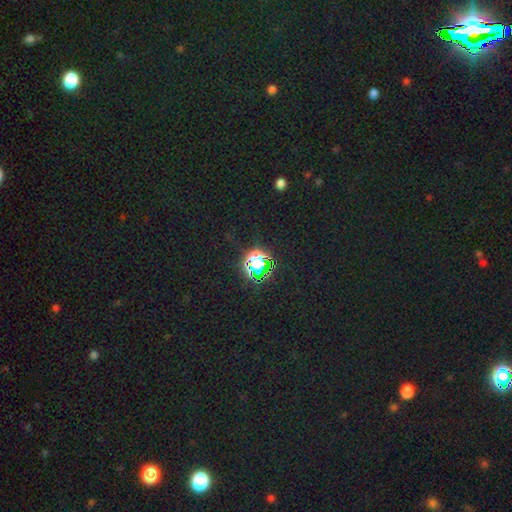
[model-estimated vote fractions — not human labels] smooth_or_featured: star or artifact (p=0.70) [alt: smooth p=0.22]